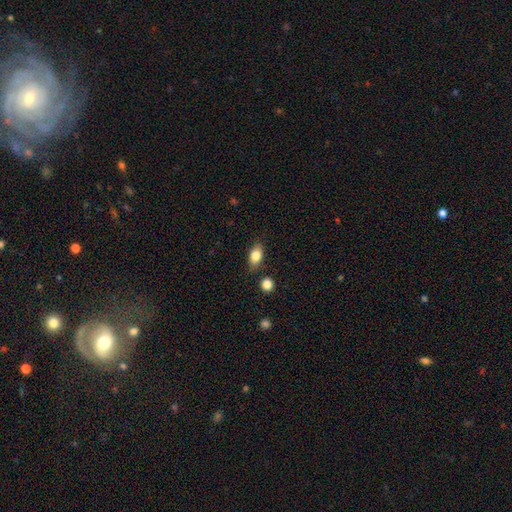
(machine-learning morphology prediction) A smooth galaxy with no disk features (81%) that is in between round and cigar-shaped (82%).

Vote fractions:
- Smooth or featured? smooth: 81% / featured or disk: 11% / star or artifact: 8%
- How rounded? in between: 82% / round: 13% / cigar-shaped: 5%
- Merging? none: 80% / minor disturbance: 13% / merger: 4% / major disturbance: 3%